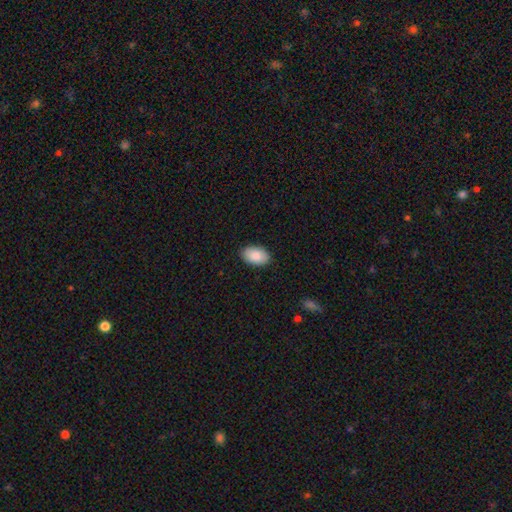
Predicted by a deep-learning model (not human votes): Smooth or featured?
  - smooth: 88% *
  - star or artifact: 6%
  - featured or disk: 6%
How rounded?
  - in between: 92% *
  - round: 7%
  - cigar-shaped: 1%
Merging?
  - none: 89% *
  - minor disturbance: 9%
  - major disturbance: 2%
  - merger: 1%